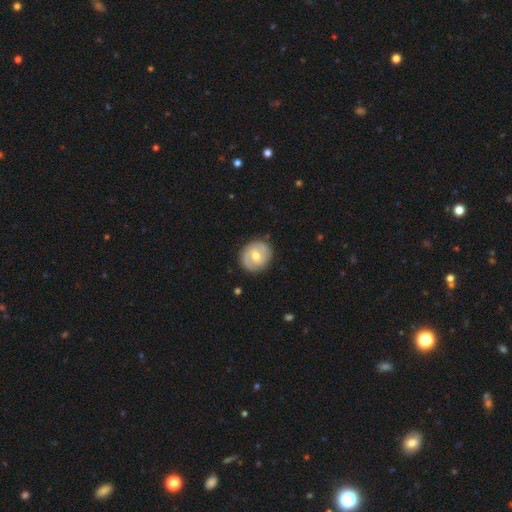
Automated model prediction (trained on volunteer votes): smooth_or_featured: featured or disk (p=0.56) [alt: smooth p=0.38]
disk_edge_on: no (p=0.97) [alt: yes p=0.03]
bar: no (p=0.50) [alt: weak p=0.42]
has_spiral_arms: yes (p=0.75) [alt: no p=0.25]
bulge_size: moderate (p=0.70) [alt: small p=0.25]
merging: none (p=0.83) [alt: minor disturbance p=0.12]